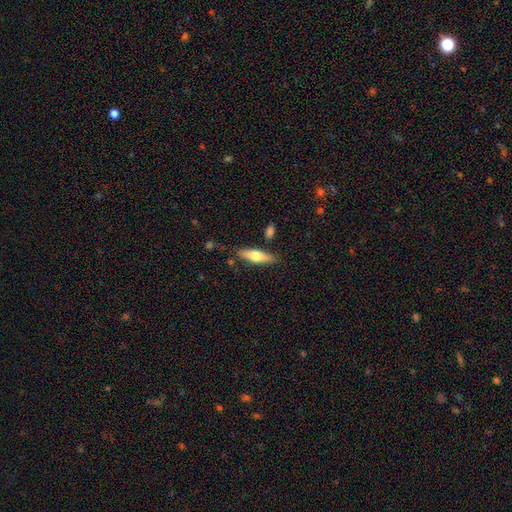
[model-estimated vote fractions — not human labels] Smooth or featured? smooth (55%)
How rounded? cigar-shaped (58%)
Merging? none (80%)